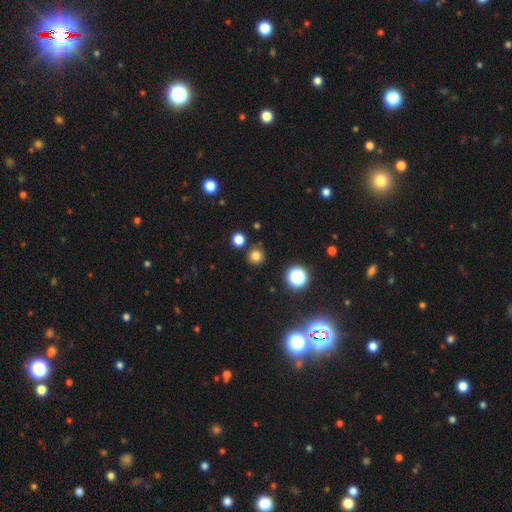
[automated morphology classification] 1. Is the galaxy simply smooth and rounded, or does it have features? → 78% smooth, 17% star or artifact, 5% featured or disk.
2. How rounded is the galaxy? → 92% round, 7% in between, 1% cigar-shaped.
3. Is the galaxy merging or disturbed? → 85% none, 7% minor disturbance, 5% merger, 3% major disturbance.